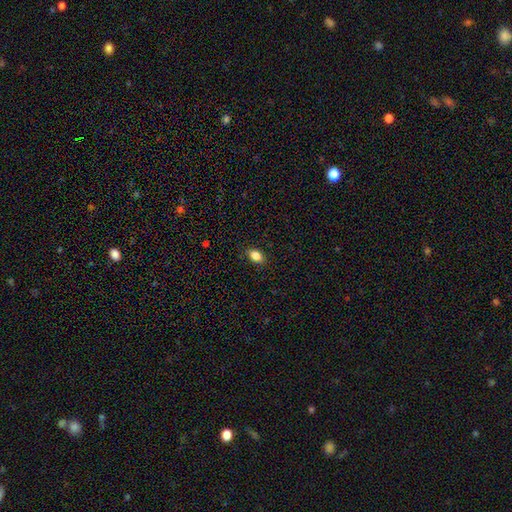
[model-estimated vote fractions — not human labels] smooth-or-featured: smooth: 85% | star or artifact: 9% | featured or disk: 6%
  how-rounded: in between: 83% | round: 15% | cigar-shaped: 2%
  merging: none: 87% | minor disturbance: 10% | major disturbance: 2% | merger: 1%